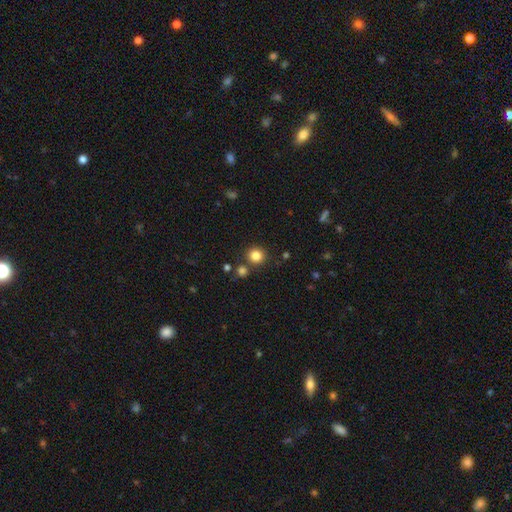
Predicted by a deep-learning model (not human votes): Smooth or featured: smooth — 83% (star or artifact — 12%)
How rounded: round — 91% (in between — 8%)
Merging: none — 82% (merger — 8%)